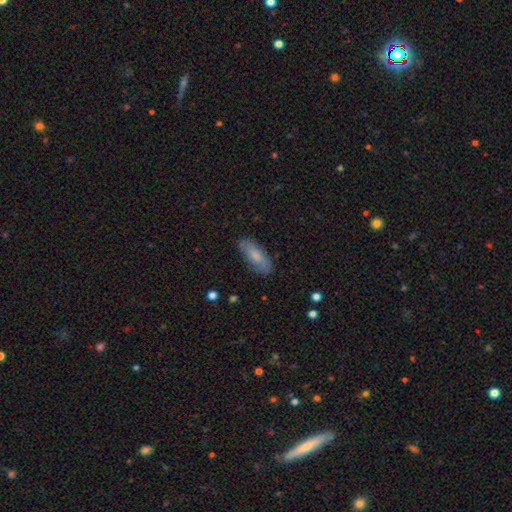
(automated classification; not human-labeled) This is likely a smooth galaxy (66%). How rounded: likely in between (72%). Merging: likely none (79%).